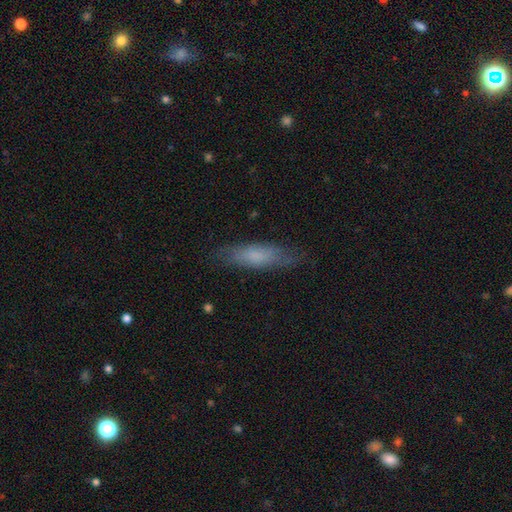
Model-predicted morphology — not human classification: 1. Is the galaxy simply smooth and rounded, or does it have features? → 71% smooth, 22% featured or disk, 7% star or artifact.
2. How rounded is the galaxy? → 62% cigar-shaped, 36% in between, 2% round.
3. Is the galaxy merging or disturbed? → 77% none, 17% minor disturbance, 5% major disturbance, 1% merger.